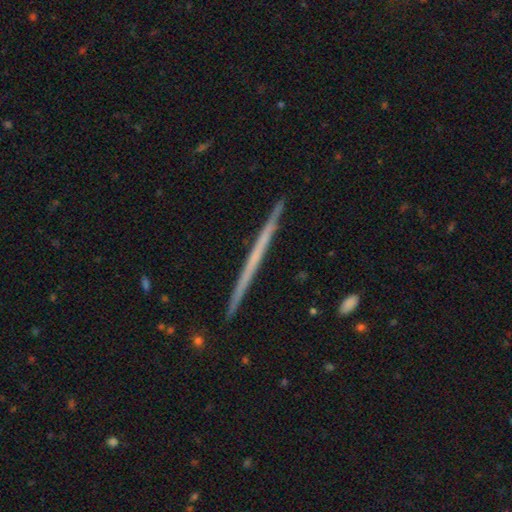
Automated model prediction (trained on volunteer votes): This appears to be a featured or disk galaxy (64%) viewed edge-on (98%) with no central bulge (91%). Merging: none (93%).